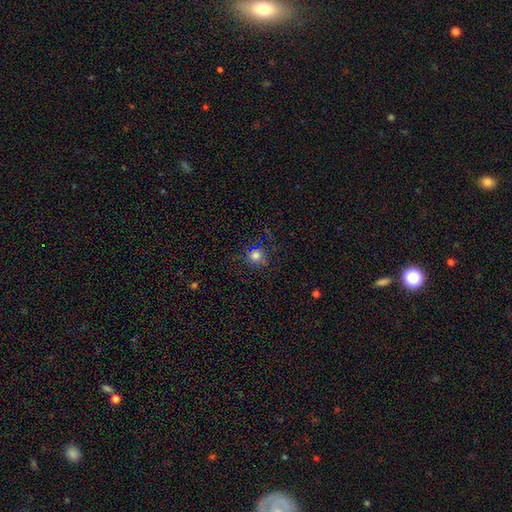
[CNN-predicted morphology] Q: Smooth or featured?
A: smooth (70%); runner-up: star or artifact (24%)
Q: How rounded?
A: round (89%); runner-up: in between (10%)
Q: Merging?
A: none (84%); runner-up: minor disturbance (10%)